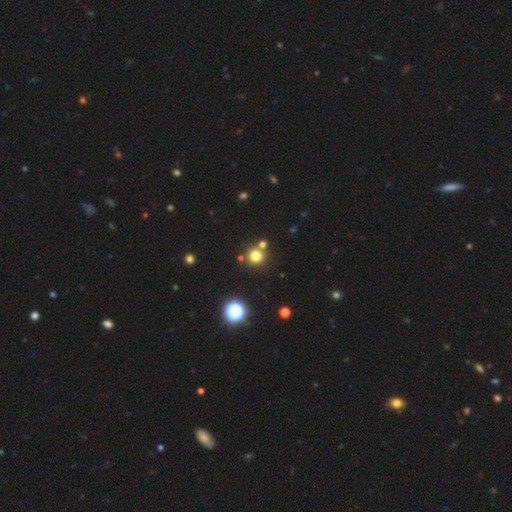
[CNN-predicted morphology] type=smooth (75%); roundness=round (93%); merging=none (76%).